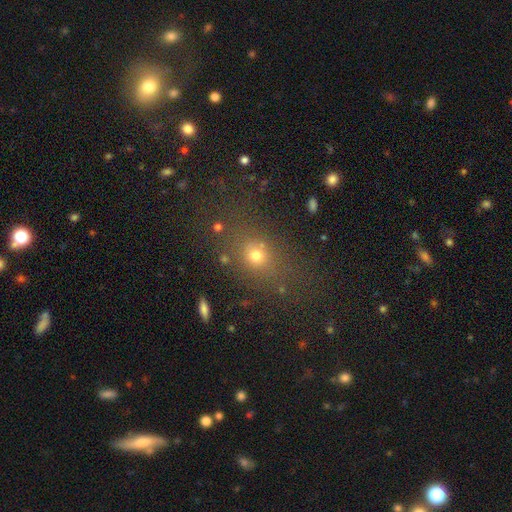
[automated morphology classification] Overall: smooth (66%). How rounded: round (55%; in between 41%). Merging: none (71%).